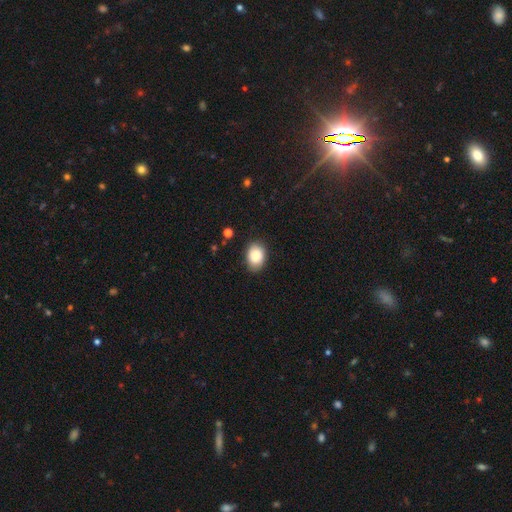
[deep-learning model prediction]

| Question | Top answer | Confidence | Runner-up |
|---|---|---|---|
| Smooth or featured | smooth | 86% | star or artifact (7%) |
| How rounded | in between | 74% | round (25%) |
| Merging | none | 82% | minor disturbance (14%) |